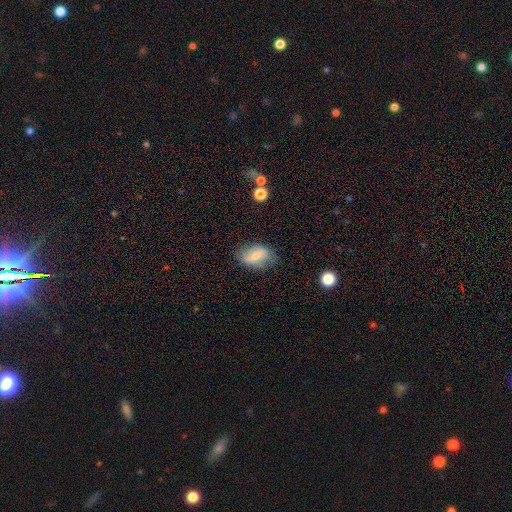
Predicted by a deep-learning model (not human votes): Smooth or featured? smooth (57%)
How rounded? in between (86%)
Merging? none (75%)